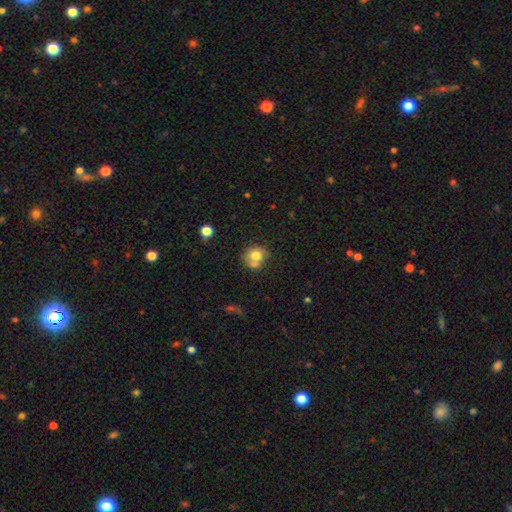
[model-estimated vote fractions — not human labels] Morphology: type=smooth (74%); roundness=round (79%); merging=none (50%).